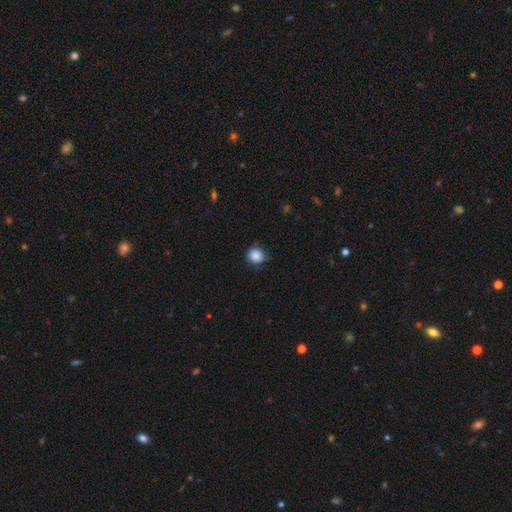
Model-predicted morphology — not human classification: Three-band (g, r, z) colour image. It shows a smooth galaxy with no disk features (87%) that is round (80%). Merging: none (77%).